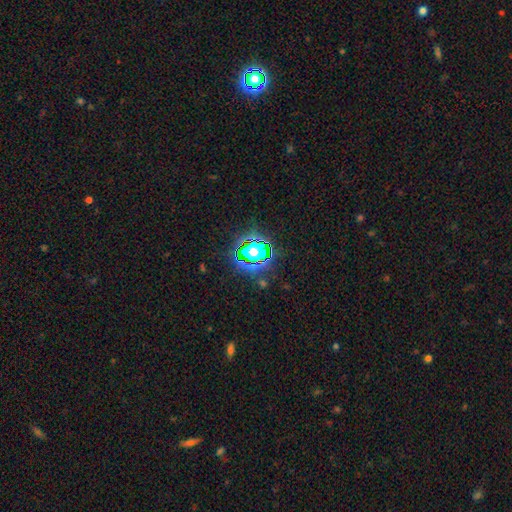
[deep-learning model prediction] This appears to be a star or artifact, not a galaxy (62%).